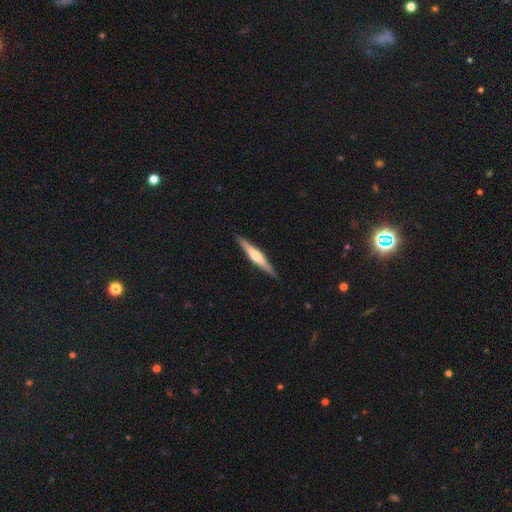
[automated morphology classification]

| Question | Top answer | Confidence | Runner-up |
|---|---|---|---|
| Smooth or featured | featured or disk | 64% | smooth (31%) |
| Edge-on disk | yes | 97% | no (3%) |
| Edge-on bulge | rounded | 81% | boxy (12%) |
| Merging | none | 91% | minor disturbance (7%) |